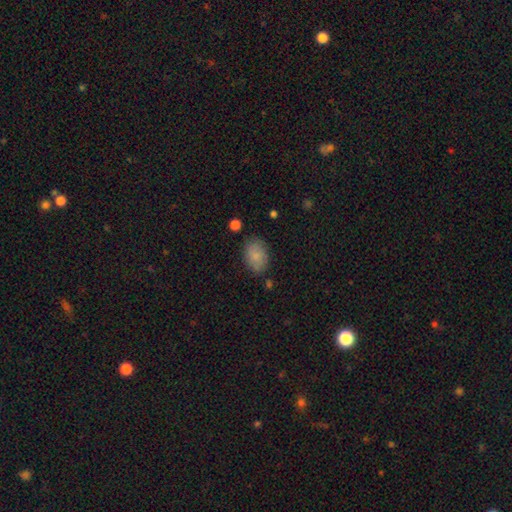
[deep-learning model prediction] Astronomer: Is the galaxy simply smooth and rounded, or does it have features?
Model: smooth — 84%.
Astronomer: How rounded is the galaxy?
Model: in between — 85%.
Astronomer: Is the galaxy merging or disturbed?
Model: none — 80%.